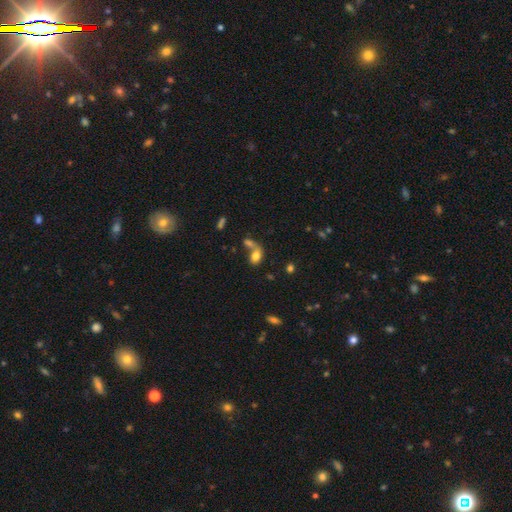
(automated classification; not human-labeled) The model was most divided on "merging": merger: 49%, none: 33%, minor disturbance: 10%, major disturbance: 7%. More confident: how rounded — in between (82%); smooth or featured — smooth (77%).